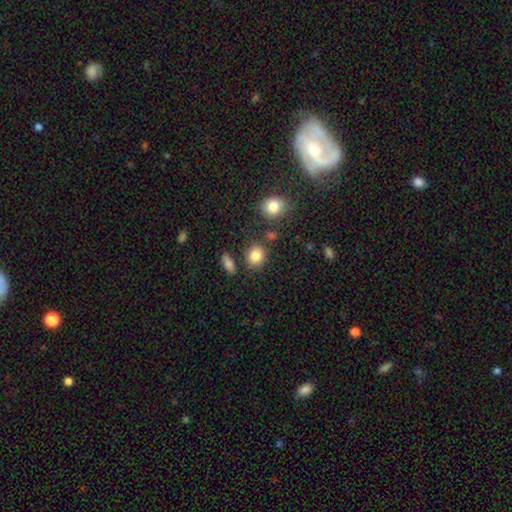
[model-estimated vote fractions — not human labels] A smooth galaxy with no disk features (84%) that is round (65%). Merging: none (78%).